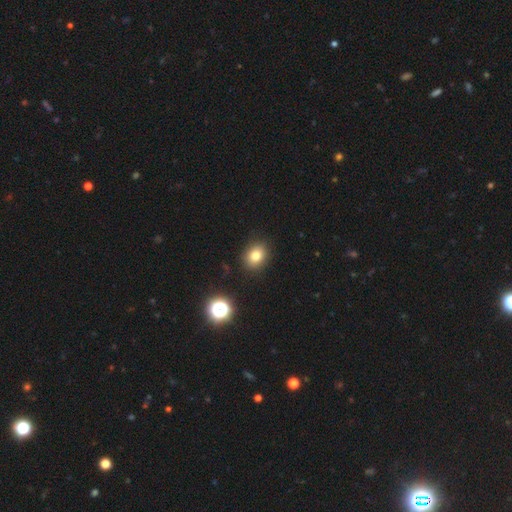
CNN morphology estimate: Smooth or featured? Predicted: smooth (p=0.79). How rounded? Predicted: round (p=0.53). Merging? Predicted: none (p=0.88).